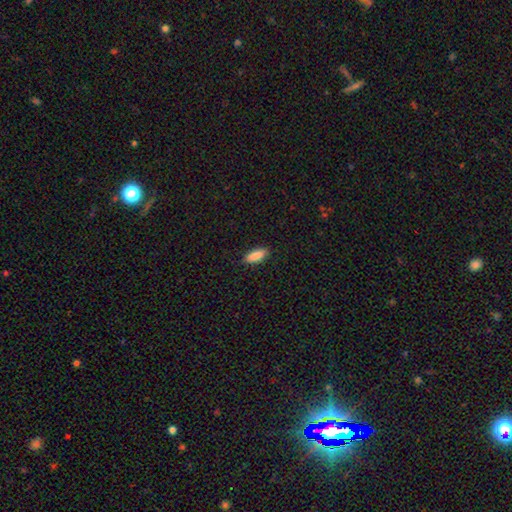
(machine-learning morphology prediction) type=smooth (88%); roundness=in between (73%); merging=none (88%).